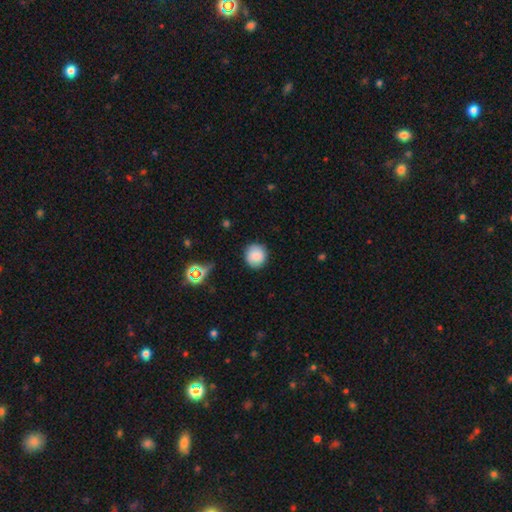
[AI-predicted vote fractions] Smooth or featured? smooth (83%)
How rounded? round (90%)
Merging? none (85%)